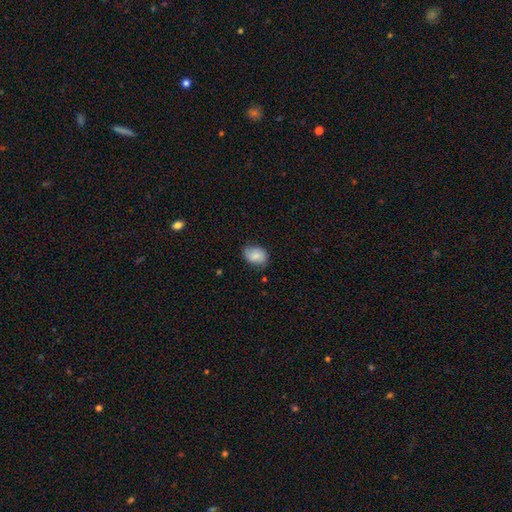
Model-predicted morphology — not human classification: The model was most divided on "merging": none: 69%, minor disturbance: 25%, major disturbance: 5%, merger: 2%. More confident: smooth or featured — smooth (81%); how rounded — in between (74%).